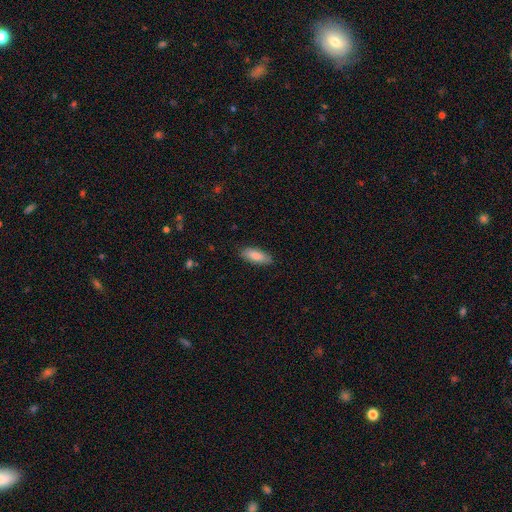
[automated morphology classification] Smooth or featured? smooth (84%)
How rounded? in between (74%)
Merging? none (86%)